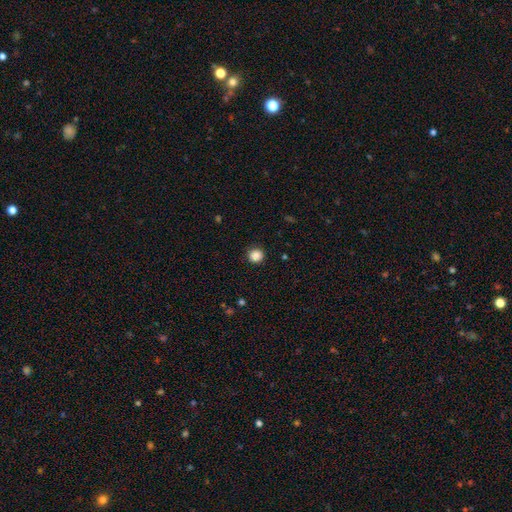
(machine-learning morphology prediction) Smooth or featured?
  - smooth: 86% *
  - star or artifact: 10%
  - featured or disk: 3%
How rounded?
  - round: 92% *
  - in between: 7%
  - cigar-shaped: 1%
Merging?
  - none: 89% *
  - minor disturbance: 8%
  - major disturbance: 2%
  - merger: 1%